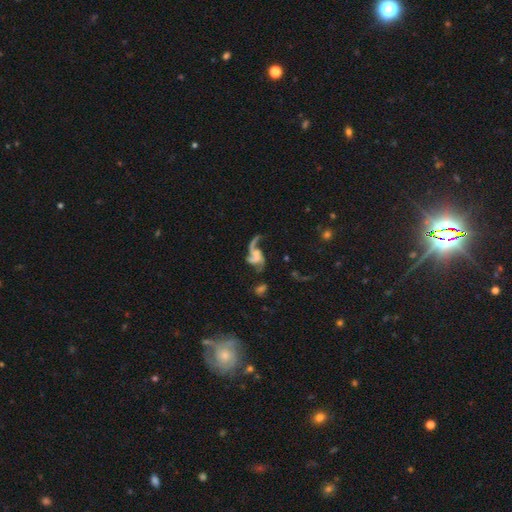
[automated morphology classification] smooth_or_featured: featured or disk (p=0.74) [alt: smooth p=0.15]
disk_edge_on: no (p=0.95) [alt: yes p=0.05]
bar: no (p=0.63) [alt: weak p=0.28]
has_spiral_arms: yes (p=0.83) [alt: no p=0.17]
spiral_winding: loose (p=0.82) [alt: medium p=0.14]
spiral_arm_count: 2 (p=0.58) [alt: 1 p=0.21]
bulge_size: small (p=0.38) [alt: none p=0.37]
merging: major disturbance (p=0.35) [alt: none p=0.29]